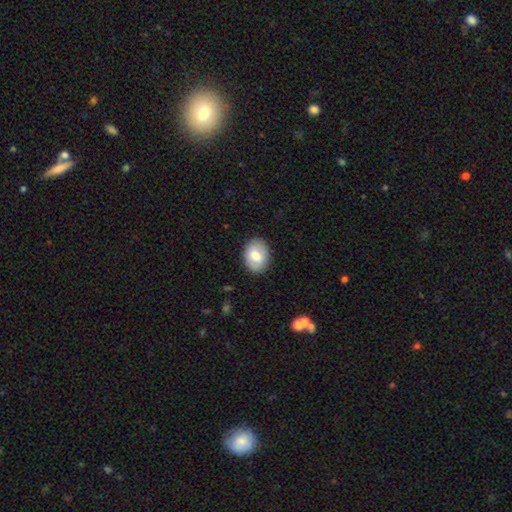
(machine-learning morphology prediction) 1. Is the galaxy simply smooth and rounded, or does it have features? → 74% smooth, 19% featured or disk, 7% star or artifact.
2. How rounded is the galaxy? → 72% in between, 27% round, 1% cigar-shaped.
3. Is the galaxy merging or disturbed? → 86% none, 11% minor disturbance, 3% major disturbance, 1% merger.